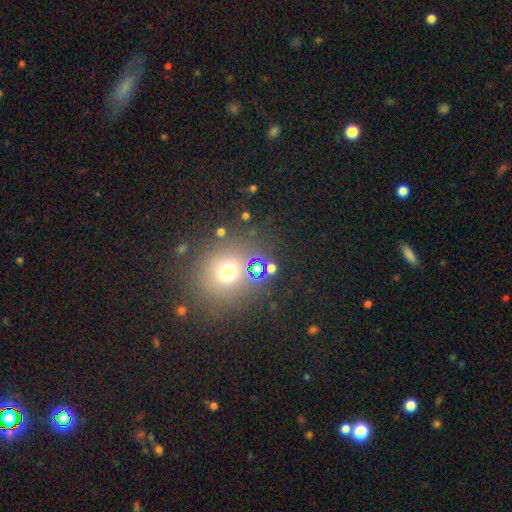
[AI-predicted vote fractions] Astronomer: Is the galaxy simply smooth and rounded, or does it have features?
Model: smooth — 60%.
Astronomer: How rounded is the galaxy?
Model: round — 82%.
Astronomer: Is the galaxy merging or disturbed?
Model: none — 79%.